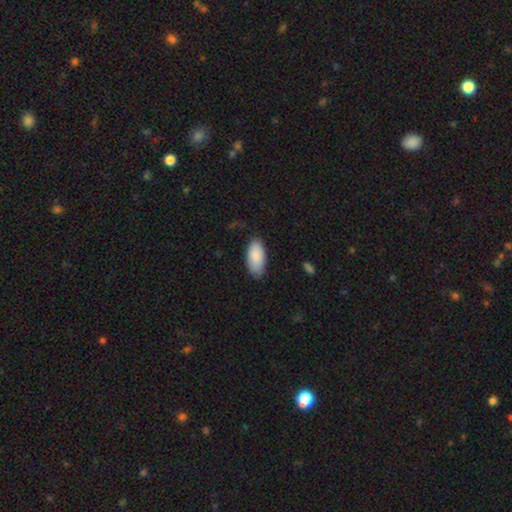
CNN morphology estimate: Smooth or featured? Predicted: smooth (p=0.87). How rounded? Predicted: in between (p=0.93). Merging? Predicted: none (p=0.79).